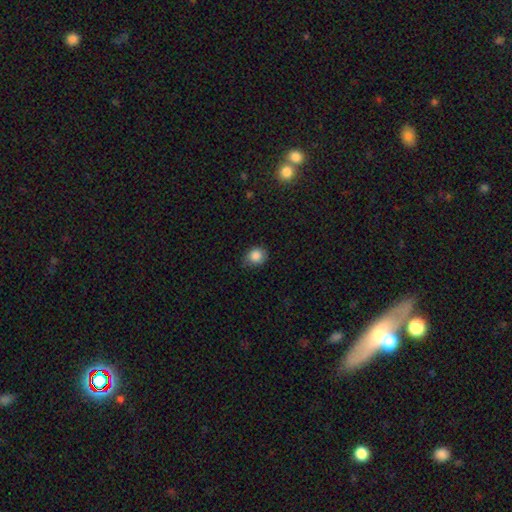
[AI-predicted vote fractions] Q: Smooth or featured?
A: smooth (85%); runner-up: star or artifact (10%)
Q: How rounded?
A: round (71%); runner-up: in between (28%)
Q: Merging?
A: none (69%); runner-up: minor disturbance (26%)